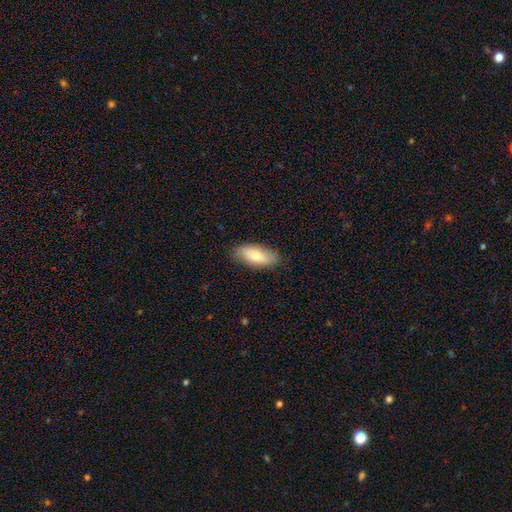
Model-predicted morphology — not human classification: Overall: smooth (72%). How rounded: in between (85%). Merging: none (85%).